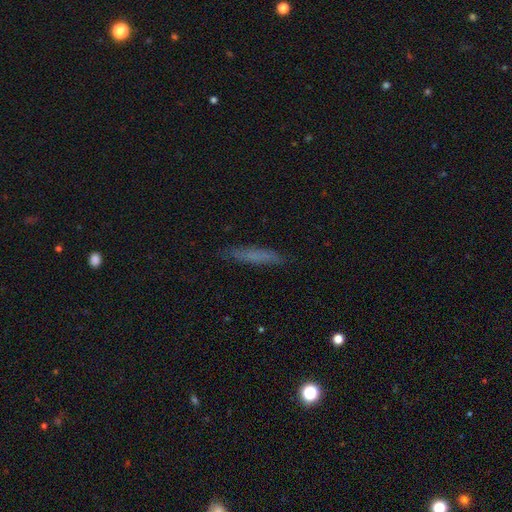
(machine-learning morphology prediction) Smooth or featured?
  - smooth: 64% *
  - featured or disk: 27%
  - star or artifact: 9%
How rounded?
  - cigar-shaped: 91% *
  - in between: 7%
  - round: 2%
Merging?
  - none: 86% *
  - minor disturbance: 10%
  - major disturbance: 2%
  - merger: 1%